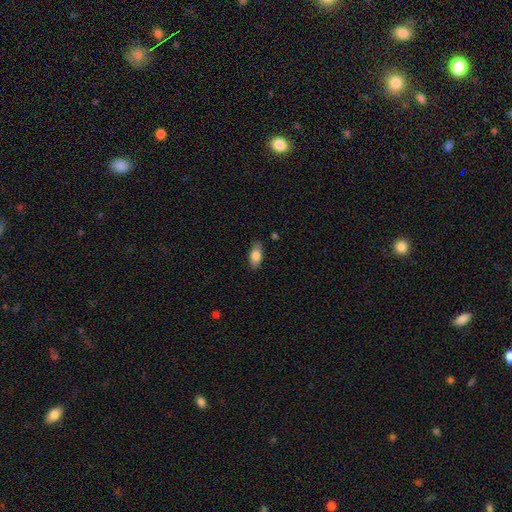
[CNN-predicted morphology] A smooth galaxy with no disk features (80%) that is in between round and cigar-shaped (86%).

Vote fractions:
- Smooth or featured? smooth: 80% / featured or disk: 13% / star or artifact: 7%
- How rounded? in between: 86% / cigar-shaped: 10% / round: 3%
- Merging? none: 83% / minor disturbance: 13% / major disturbance: 3% / merger: 1%